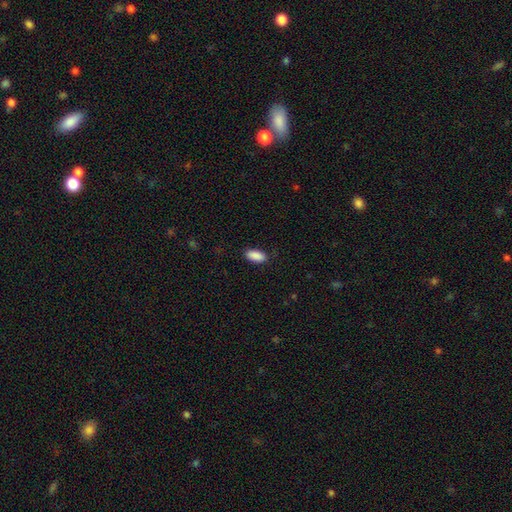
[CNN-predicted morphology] Smooth or featured? Predicted: smooth (p=0.90). How rounded? Predicted: in between (p=0.90). Merging? Predicted: none (p=0.86).